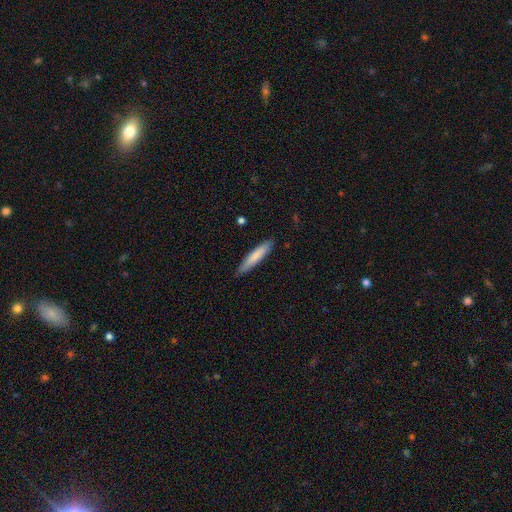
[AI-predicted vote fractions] smooth 78%, featured or disk 17%, star or artifact 5%. Down the decision tree: how rounded — cigar-shaped (90%); merging — none (88%).